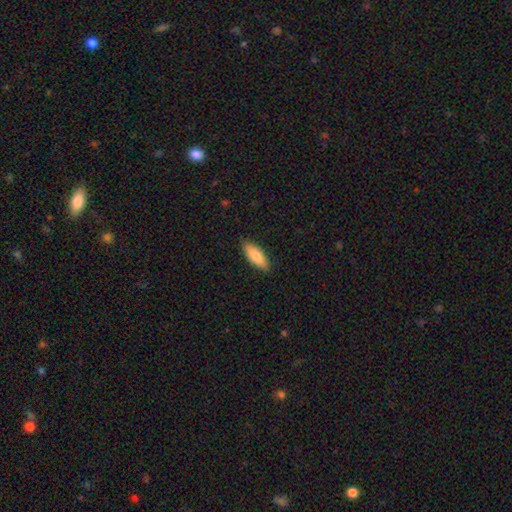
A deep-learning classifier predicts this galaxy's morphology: type=smooth (80%); roundness=in between (71%); merging=none (87%).